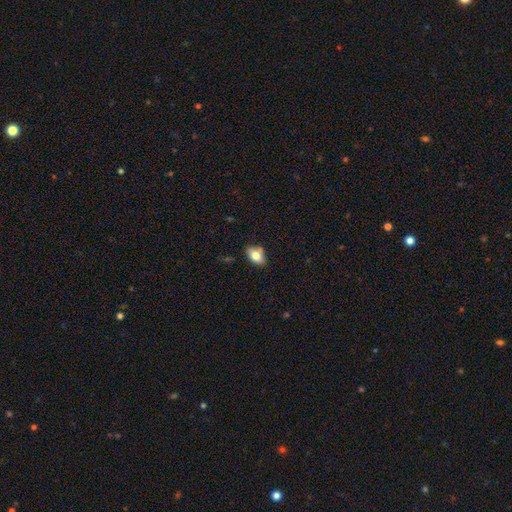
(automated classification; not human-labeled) Q: Smooth or featured?
A: smooth (77%); runner-up: featured or disk (15%)
Q: How rounded?
A: in between (85%); runner-up: round (12%)
Q: Merging?
A: none (76%); runner-up: minor disturbance (16%)